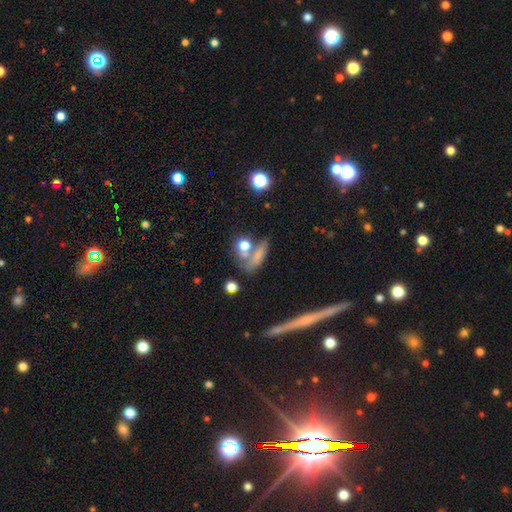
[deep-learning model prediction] This is likely a smooth galaxy (67%). How rounded: possibly in between (46%). Merging: marginally none (41%).